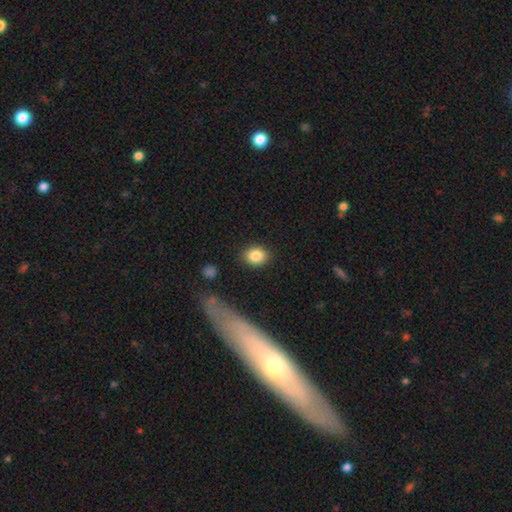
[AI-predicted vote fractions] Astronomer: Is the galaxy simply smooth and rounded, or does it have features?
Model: smooth — 85%.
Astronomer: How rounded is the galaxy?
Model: round — 54% (runner-up: in between, 44%).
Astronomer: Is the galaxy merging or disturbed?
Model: none — 87%.